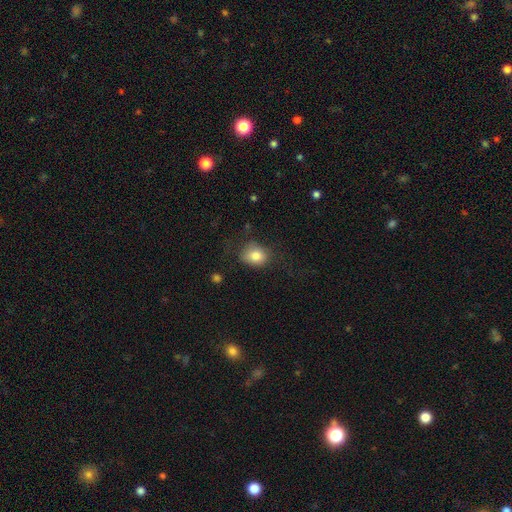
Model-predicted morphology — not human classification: smooth_or_featured: smooth (p=0.81) [alt: star or artifact p=0.10]
how_rounded: round (p=0.55) [alt: in between p=0.45]
merging: none (p=0.66) [alt: minor disturbance p=0.21]